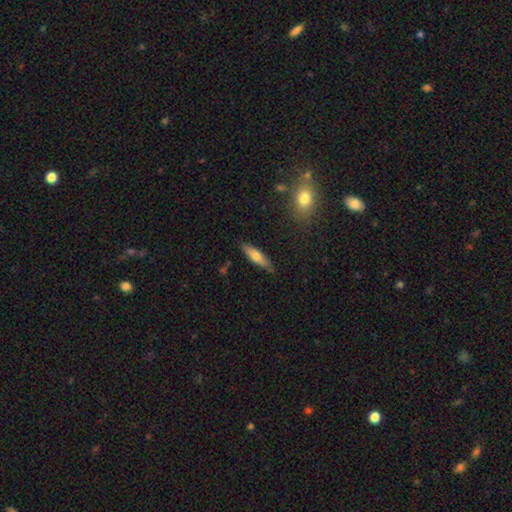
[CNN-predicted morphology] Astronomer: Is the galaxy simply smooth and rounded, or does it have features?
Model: smooth — 68%.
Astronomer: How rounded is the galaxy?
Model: cigar-shaped — 68%.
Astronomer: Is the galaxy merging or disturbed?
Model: none — 84%.